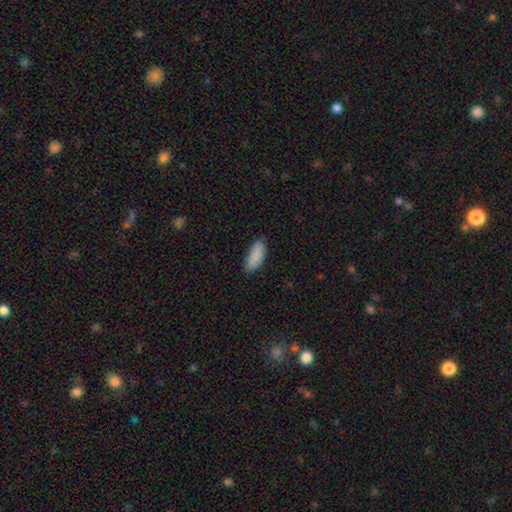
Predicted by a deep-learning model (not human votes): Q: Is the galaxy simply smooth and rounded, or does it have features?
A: smooth — 89%.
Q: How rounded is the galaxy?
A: in between — 79%.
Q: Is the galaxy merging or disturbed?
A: none — 82%.